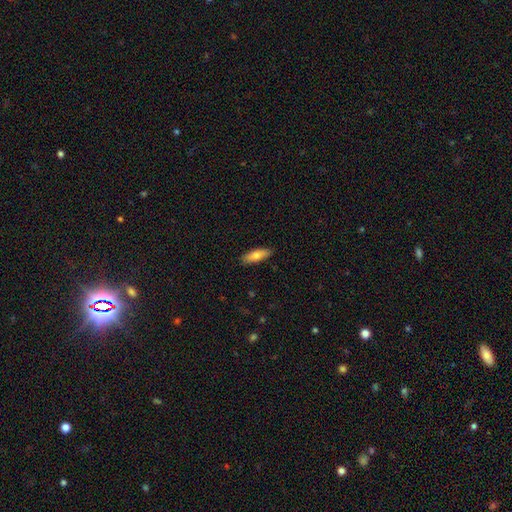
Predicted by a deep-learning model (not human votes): smooth-or-featured: smooth: 75% | featured or disk: 19% | star or artifact: 6%
  how-rounded: in between: 57% | cigar-shaped: 41% | round: 2%
  merging: none: 89% | minor disturbance: 9% | major disturbance: 2% | merger: 1%